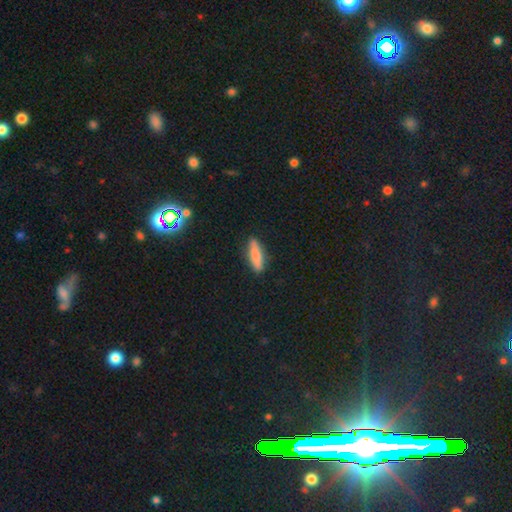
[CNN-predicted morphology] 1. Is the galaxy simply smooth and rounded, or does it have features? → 78% smooth, 16% featured or disk, 6% star or artifact.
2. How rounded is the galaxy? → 67% cigar-shaped, 31% in between, 2% round.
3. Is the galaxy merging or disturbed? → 87% none, 10% minor disturbance, 2% major disturbance, 1% merger.